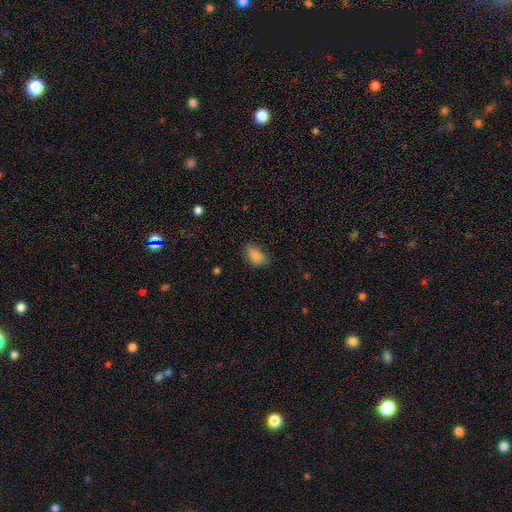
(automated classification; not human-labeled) This appears to be a smooth galaxy with no disk features (86%) that is in between round and cigar-shaped (89%). Merging: none (67%).